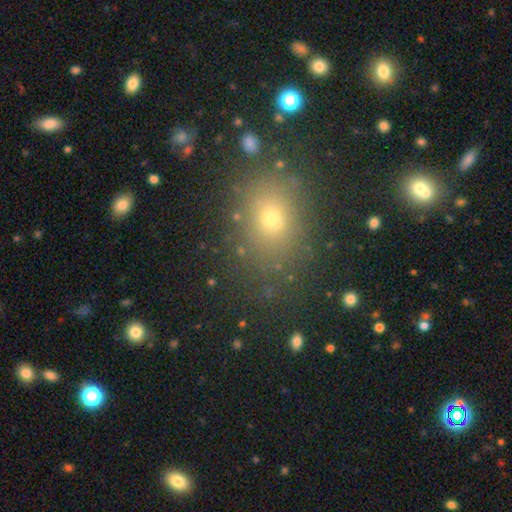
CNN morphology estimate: This appears to be a smooth galaxy with no disk features (66%) that is in between round and cigar-shaped (57%). Merging: none (82%).